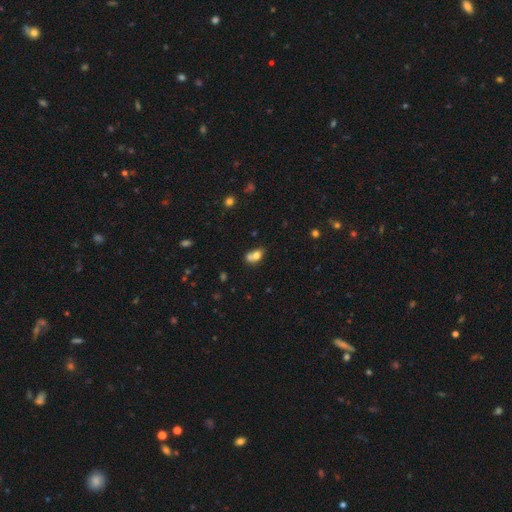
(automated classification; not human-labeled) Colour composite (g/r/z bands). It shows a smooth galaxy with no disk features (71%) that is in between round and cigar-shaped (65%). Merging: merger (54%).